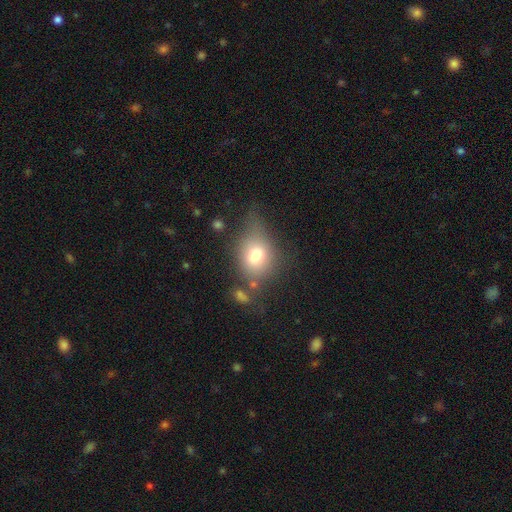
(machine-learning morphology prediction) smooth 71%, featured or disk 17%, star or artifact 12%. Down the decision tree: how rounded — round (52%); merging — none (50%).